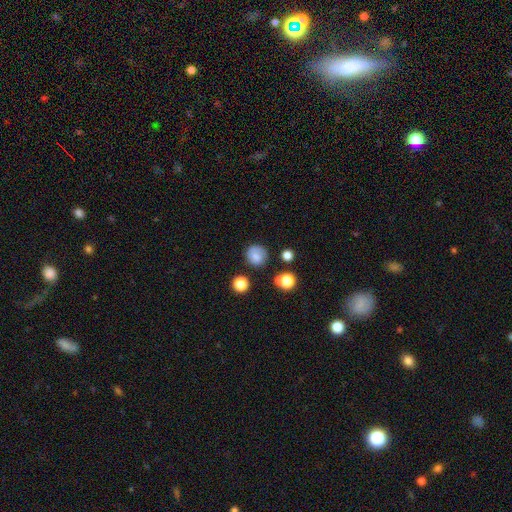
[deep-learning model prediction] Overall: smooth (76%). How rounded: round (90%). Merging: none (77%).